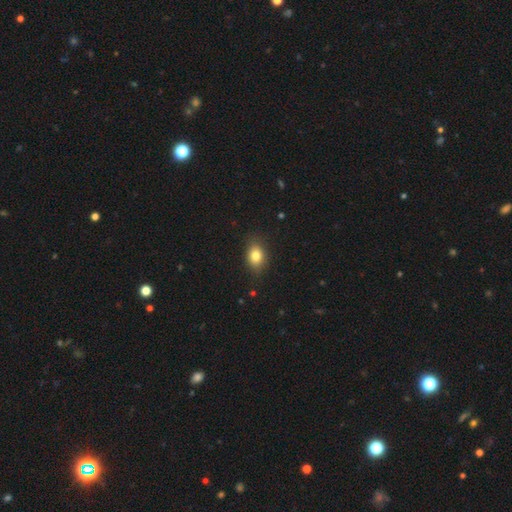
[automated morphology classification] Smooth or featured: smooth — 81% (star or artifact — 10%)
How rounded: in between — 71% (round — 27%)
Merging: none — 83% (minor disturbance — 13%)